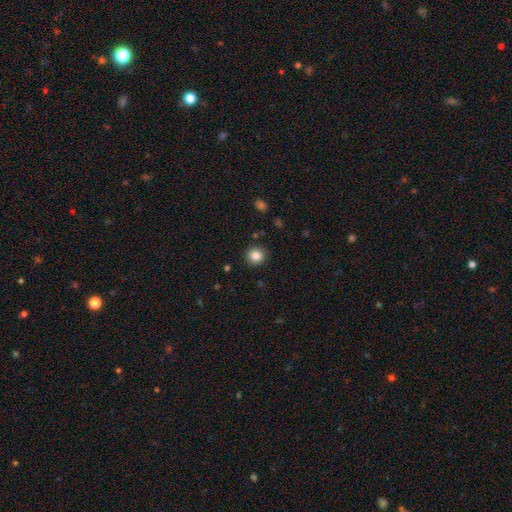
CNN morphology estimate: The model was most divided on "smooth or featured": smooth: 84%, star or artifact: 10%, featured or disk: 5%. More confident: how rounded — round (91%); merging — none (91%).